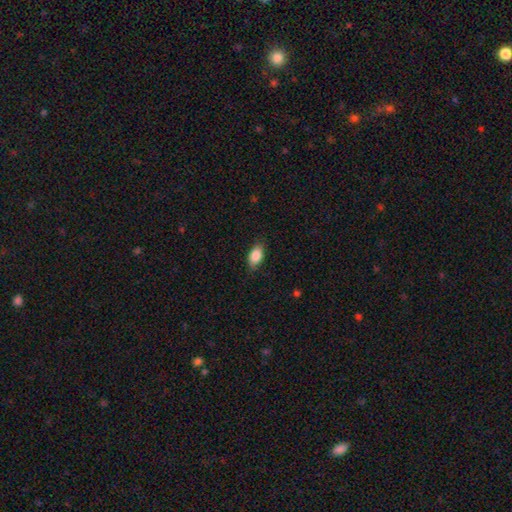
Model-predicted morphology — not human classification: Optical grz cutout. It shows a smooth galaxy with no disk features (86%) that is in between round and cigar-shaped (89%). Merging: none (81%).